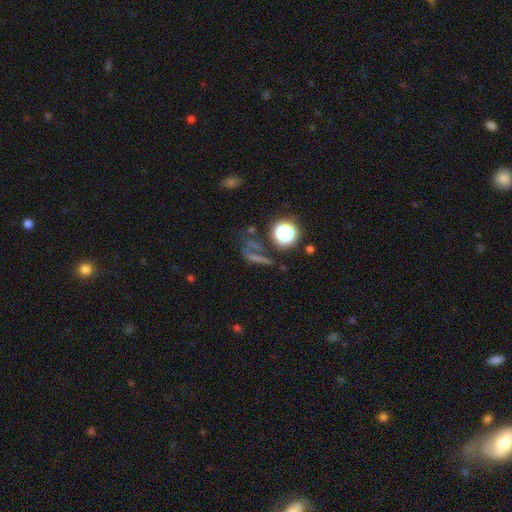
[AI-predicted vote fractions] Smooth or featured: star or artifact — 45% (smooth — 31%)